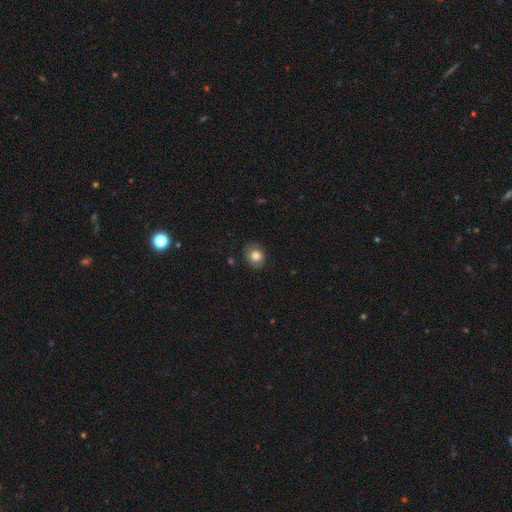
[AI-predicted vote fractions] smooth_or_featured: smooth (p=0.80) [alt: featured or disk p=0.11]
how_rounded: round (p=0.56) [alt: in between p=0.43]
merging: none (p=0.84) [alt: minor disturbance p=0.12]